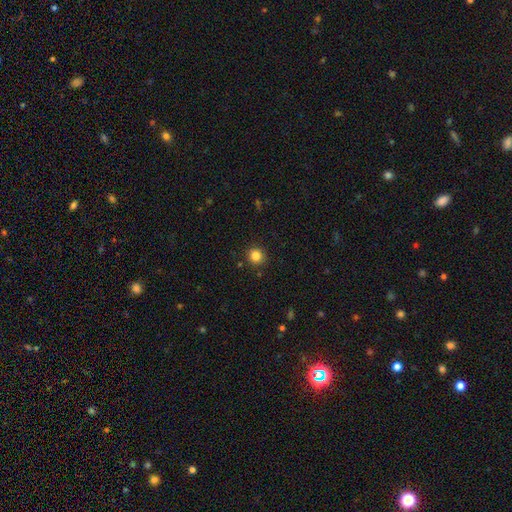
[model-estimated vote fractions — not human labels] A smooth galaxy with no disk features (83%) that is round (93%).

Vote fractions:
- Smooth or featured? smooth: 83% / star or artifact: 12% / featured or disk: 5%
- How rounded? round: 93% / in between: 6% / cigar-shaped: 1%
- Merging? none: 91% / minor disturbance: 6% / major disturbance: 2% / merger: 1%